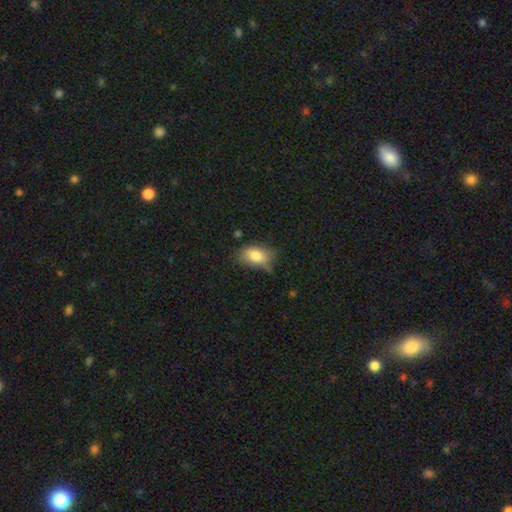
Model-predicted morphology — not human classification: This appears to be a smooth galaxy with no disk features (81%) that is in between round and cigar-shaped (88%). Merging: none (60%).